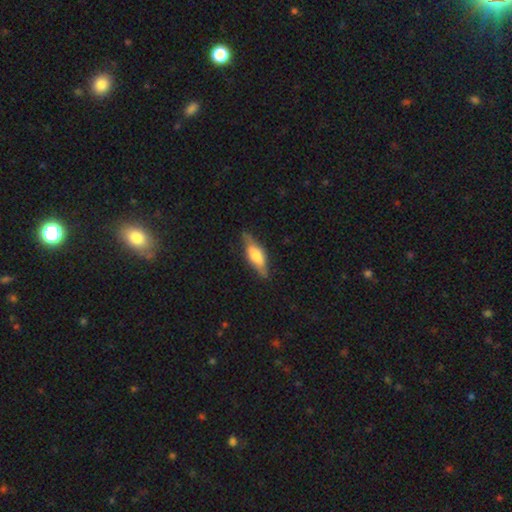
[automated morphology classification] This appears to be a smooth galaxy with no disk features (50%) that is in between round and cigar-shaped (57%). Merging: none (76%).